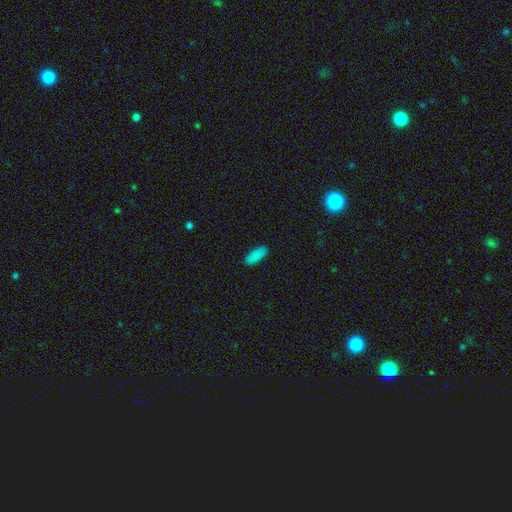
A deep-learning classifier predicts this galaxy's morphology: Q: Smooth or featured?
A: smooth (88%); runner-up: star or artifact (8%)
Q: How rounded?
A: in between (78%); runner-up: cigar-shaped (20%)
Q: Merging?
A: none (88%); runner-up: minor disturbance (9%)